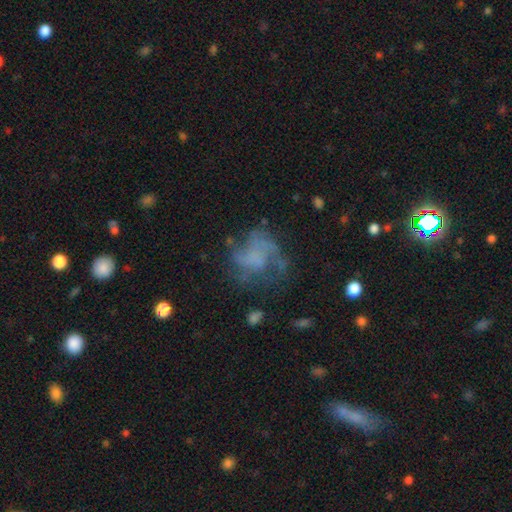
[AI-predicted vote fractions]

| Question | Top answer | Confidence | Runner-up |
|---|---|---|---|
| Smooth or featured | featured or disk | 56% | smooth (30%) |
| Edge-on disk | no | 98% | yes (2%) |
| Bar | no | 81% | weak (16%) |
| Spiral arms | yes | 60% | no (40%) |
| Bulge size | none | 72% | small (11%) |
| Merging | none | 48% | major disturbance (29%) |